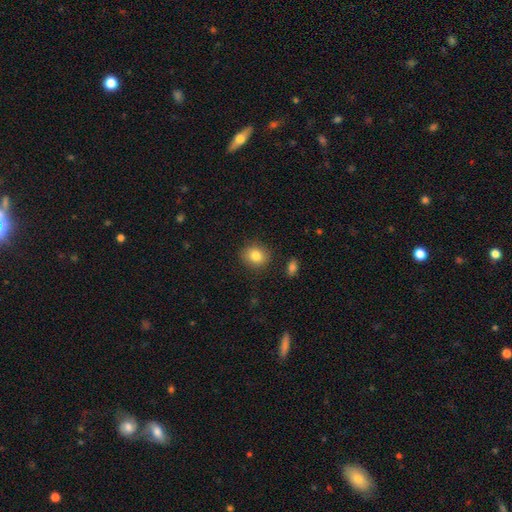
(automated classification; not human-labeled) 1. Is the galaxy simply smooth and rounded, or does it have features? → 83% smooth, 9% star or artifact, 7% featured or disk.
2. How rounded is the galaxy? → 71% round, 28% in between, 1% cigar-shaped.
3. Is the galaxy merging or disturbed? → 86% none, 9% minor disturbance, 2% major disturbance, 2% merger.